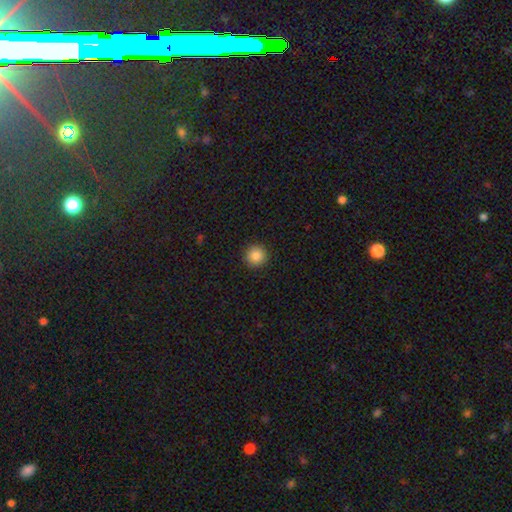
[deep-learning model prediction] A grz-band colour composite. It shows a smooth galaxy with no disk features (86%) that is round (95%). Merging: none (92%).